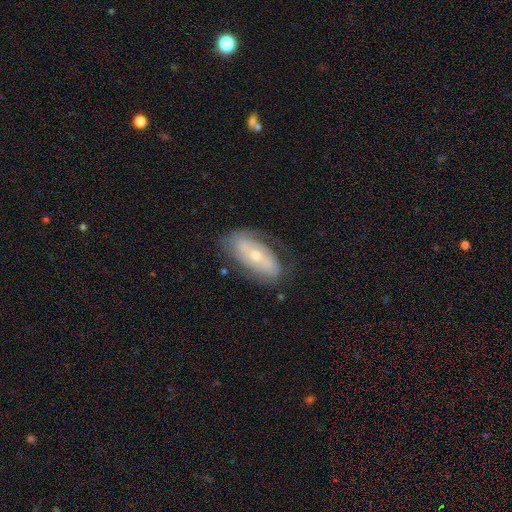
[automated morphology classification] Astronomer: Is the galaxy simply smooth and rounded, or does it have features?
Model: featured or disk — 68%.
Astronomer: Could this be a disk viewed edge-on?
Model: no — 90%.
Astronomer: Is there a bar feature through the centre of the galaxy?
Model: no — 54%.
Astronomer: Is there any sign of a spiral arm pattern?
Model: yes — 75%.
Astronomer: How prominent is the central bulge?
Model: small — 58% (runner-up: moderate, 39%).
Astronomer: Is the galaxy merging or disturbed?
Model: none — 70%.